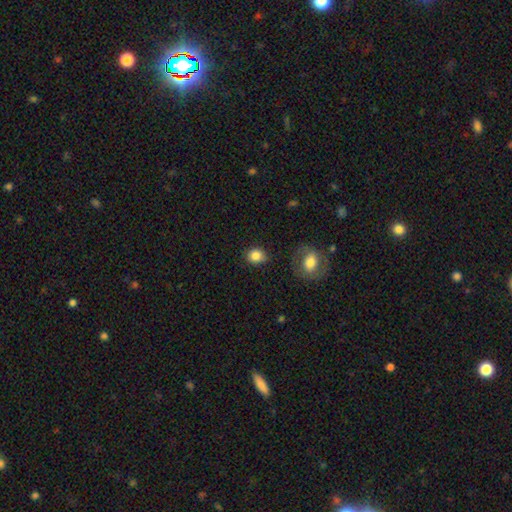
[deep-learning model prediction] smooth-or-featured: smooth: 85% | star or artifact: 9% | featured or disk: 6%
  how-rounded: round: 67% | in between: 32% | cigar-shaped: 1%
  merging: none: 83% | minor disturbance: 12% | major disturbance: 3% | merger: 2%